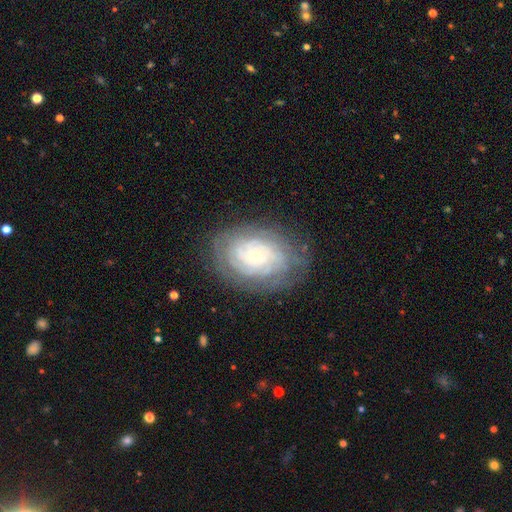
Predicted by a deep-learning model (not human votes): Morphology: type=featured or disk (75%); edge-on=no (96%); bar=no (82%); spiral arms=yes (86%); winding=tight (81%); arm count=can't tell (52%); bulge=small (78%); merging=none (77%).